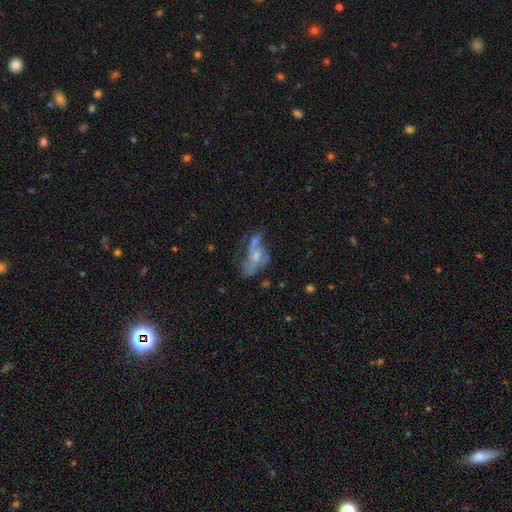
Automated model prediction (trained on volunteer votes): Smooth or featured?
  - featured or disk: 58% *
  - smooth: 27%
  - star or artifact: 15%
Edge-on disk?
  - no: 89% *
  - yes: 11%
Bar?
  - no: 78% *
  - weak: 17%
  - strong: 5%
Spiral arms?
  - no: 59% *
  - yes: 41%
Bulge size?
  - small: 45% *
  - moderate: 41%
  - none: 10%
  - large: 4%
  - dominant: 2%
Merging?
  - none: 30% *
  - major disturbance: 29%
  - merger: 23%
  - minor disturbance: 18%